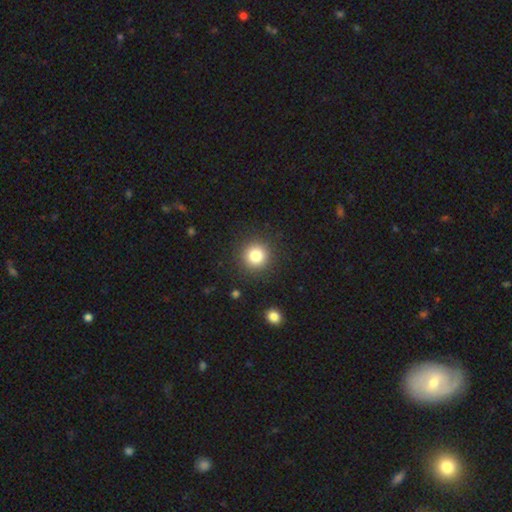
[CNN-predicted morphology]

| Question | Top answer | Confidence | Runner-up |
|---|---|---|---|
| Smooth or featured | smooth | 82% | star or artifact (11%) |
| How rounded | round | 94% | in between (5%) |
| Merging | none | 90% | minor disturbance (6%) |